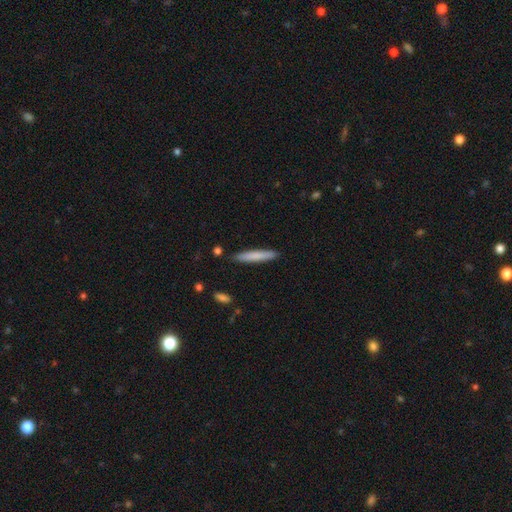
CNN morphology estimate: Smooth or featured? smooth (77%)
How rounded? cigar-shaped (94%)
Merging? none (89%)